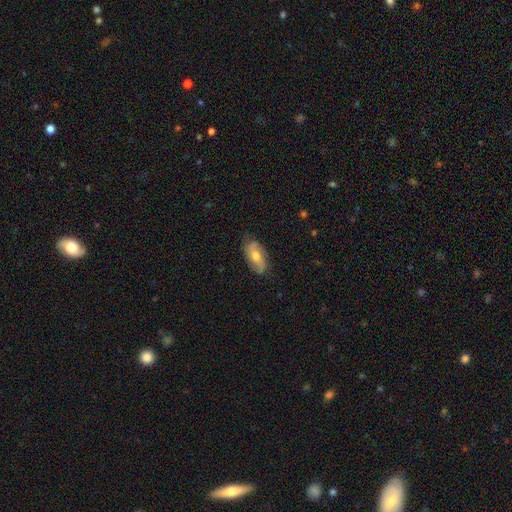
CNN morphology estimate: Q: Smooth or featured?
A: featured or disk (54%); runner-up: smooth (39%)
Q: Edge-on disk?
A: no (86%); runner-up: yes (14%)
Q: Merging?
A: none (78%); runner-up: minor disturbance (17%)